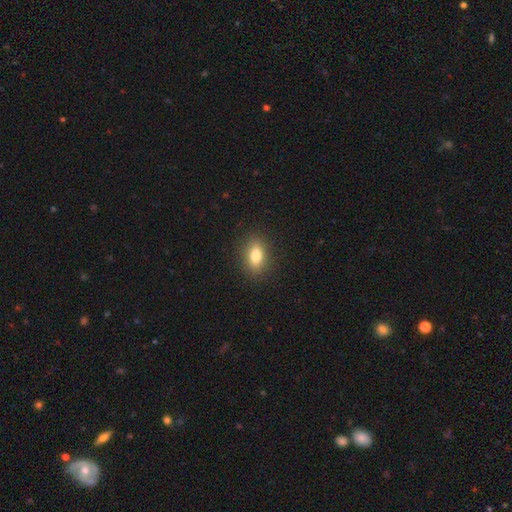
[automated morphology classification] The model was most divided on "how rounded": in between: 80%, round: 16%, cigar-shaped: 5%. More confident: merging — none (88%); smooth or featured — smooth (80%).